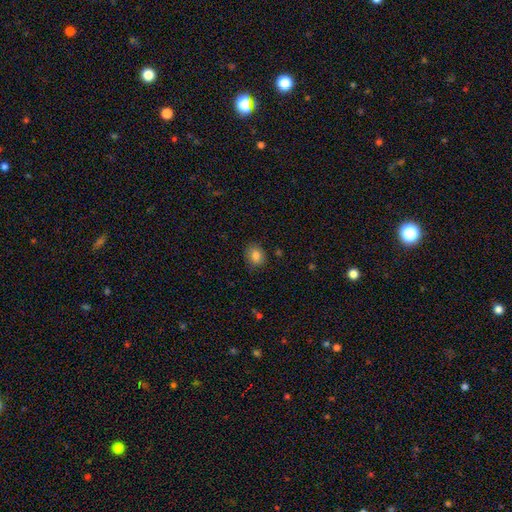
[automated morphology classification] A smooth galaxy with no disk features (84%) that is round (58%).

Vote fractions:
- Smooth or featured? smooth: 84% / star or artifact: 9% / featured or disk: 6%
- How rounded? round: 58% / in between: 41% / cigar-shaped: 1%
- Merging? none: 80% / minor disturbance: 15% / major disturbance: 3% / merger: 1%